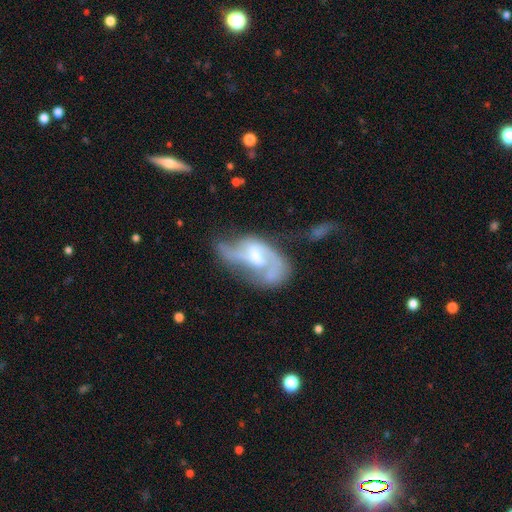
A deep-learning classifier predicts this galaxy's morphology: Smooth or featured?
  - featured or disk: 77% *
  - smooth: 15%
  - star or artifact: 7%
Edge-on disk?
  - no: 96% *
  - yes: 4%
Bar?
  - weak: 52% *
  - no: 29%
  - strong: 19%
Spiral arms?
  - yes: 84% *
  - no: 16%
Spiral winding?
  - loose: 44% *
  - medium: 41%
  - tight: 15%
Spiral arm count?
  - 2: 61% *
  - can't tell: 16%
  - 1: 12%
  - 3: 7%
  - 4: 2%
  - more than 4: 2%
Bulge size?
  - moderate: 44% *
  - small: 36%
  - none: 12%
  - large: 7%
  - dominant: 1%
Merging?
  - major disturbance: 34% *
  - none: 32%
  - minor disturbance: 23%
  - merger: 11%